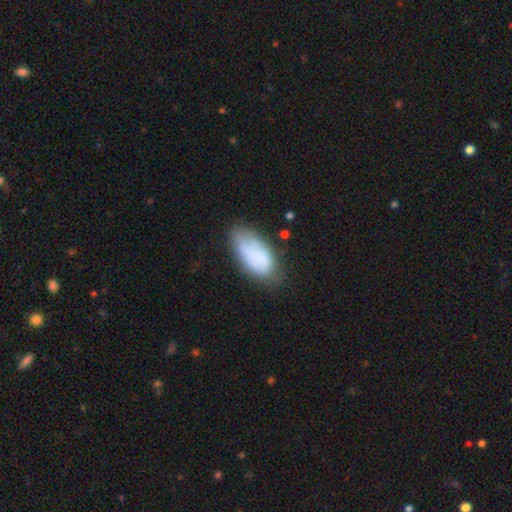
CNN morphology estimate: Smooth or featured? Predicted: smooth (p=0.73). How rounded? Predicted: in between (p=0.93). Merging? Predicted: none (p=0.60).